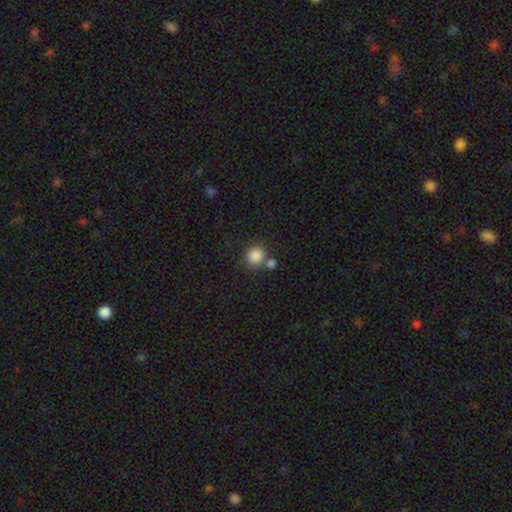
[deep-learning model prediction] Smooth or featured? Predicted: smooth (p=0.84). How rounded? Predicted: round (p=0.86). Merging? Predicted: none (p=0.64).